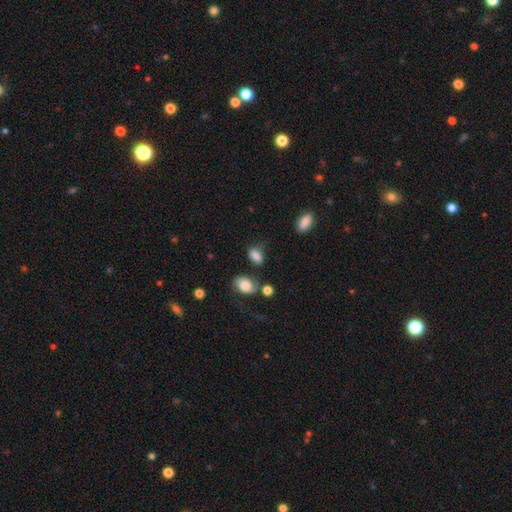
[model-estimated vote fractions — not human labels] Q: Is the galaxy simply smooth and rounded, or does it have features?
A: smooth — 81%.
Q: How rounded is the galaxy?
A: in between — 85%.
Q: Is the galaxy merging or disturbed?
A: none — 52%.